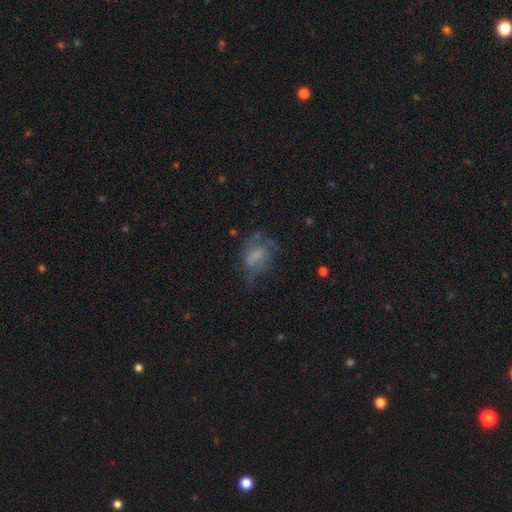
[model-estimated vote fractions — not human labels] Smooth or featured: smooth — 46% (featured or disk — 42%)
Merging: none — 40% (major disturbance — 29%)